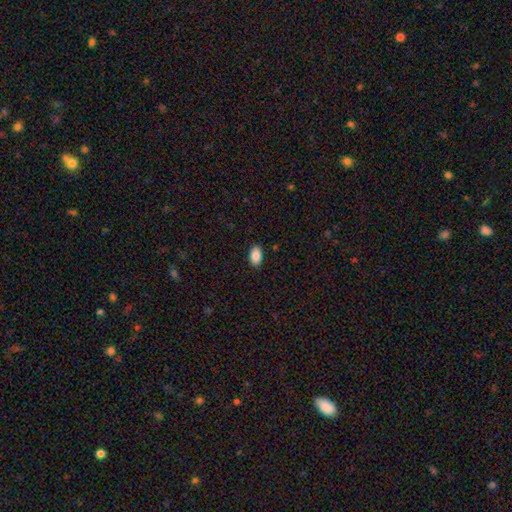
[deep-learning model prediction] This is clearly a smooth galaxy (88%). How rounded: clearly in between (92%). Merging: clearly none (88%).